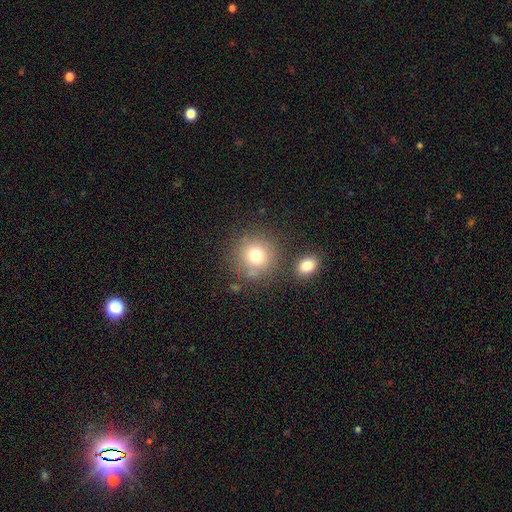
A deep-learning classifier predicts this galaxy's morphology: Smooth or featured? smooth (76%)
How rounded? round (91%)
Merging? none (75%)